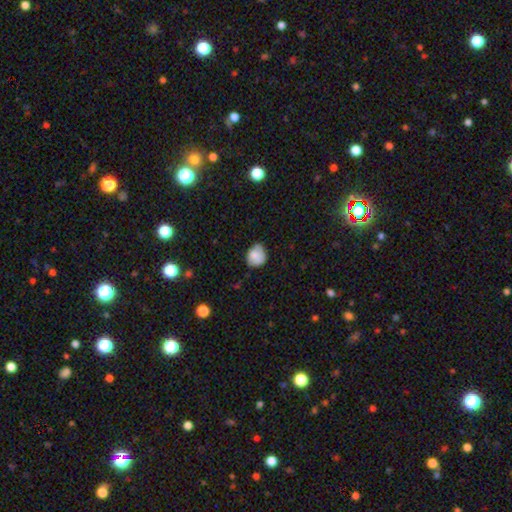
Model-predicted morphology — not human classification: This appears to be a smooth galaxy with no disk features (78%) that is round (66%). Merging: none (53%).